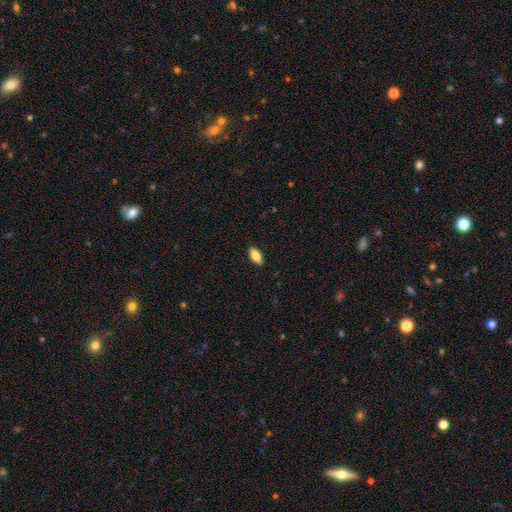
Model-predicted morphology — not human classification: Smooth or featured?
  - smooth: 81% *
  - featured or disk: 12%
  - star or artifact: 7%
How rounded?
  - in between: 87% *
  - cigar-shaped: 11%
  - round: 3%
Merging?
  - none: 89% *
  - minor disturbance: 8%
  - major disturbance: 2%
  - merger: 1%